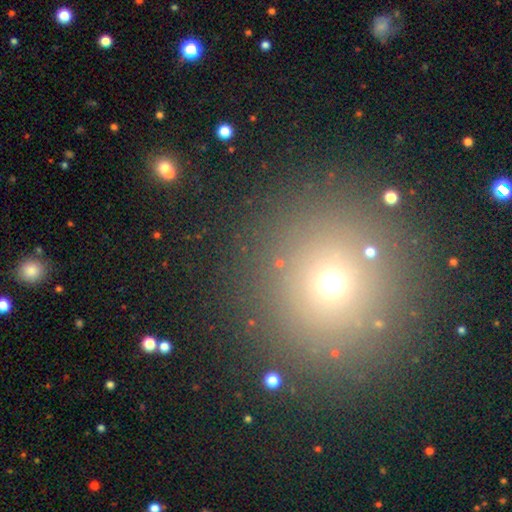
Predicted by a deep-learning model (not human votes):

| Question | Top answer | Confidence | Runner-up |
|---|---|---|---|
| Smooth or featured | smooth | 58% | star or artifact (33%) |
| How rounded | round | 93% | in between (6%) |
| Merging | none | 87% | minor disturbance (6%) |